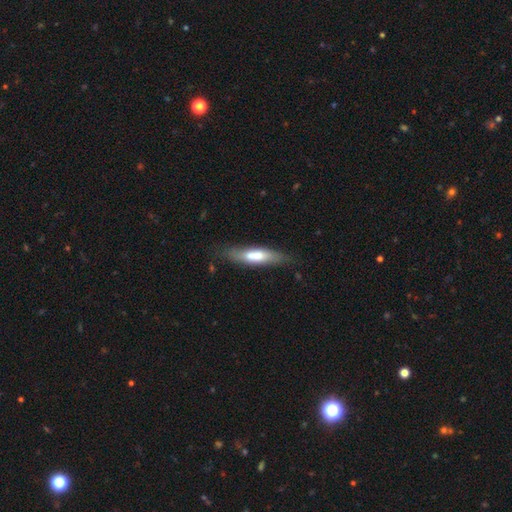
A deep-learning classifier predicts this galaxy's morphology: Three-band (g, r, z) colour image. It shows a smooth galaxy with no disk features (58%) that is cigar-shaped (67%). Merging: none (71%).